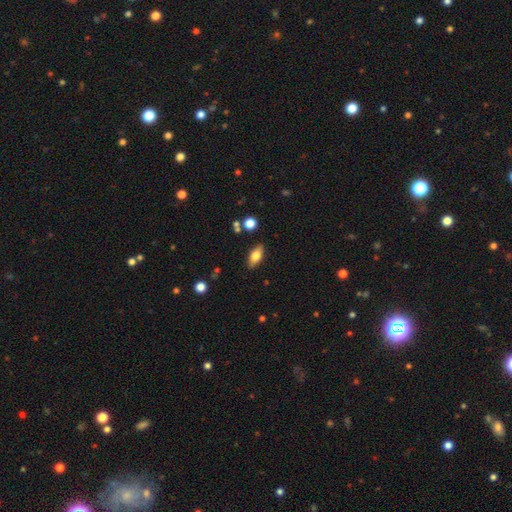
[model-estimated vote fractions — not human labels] Morphology: type=smooth (71%); roundness=in between (84%); merging=none (86%).